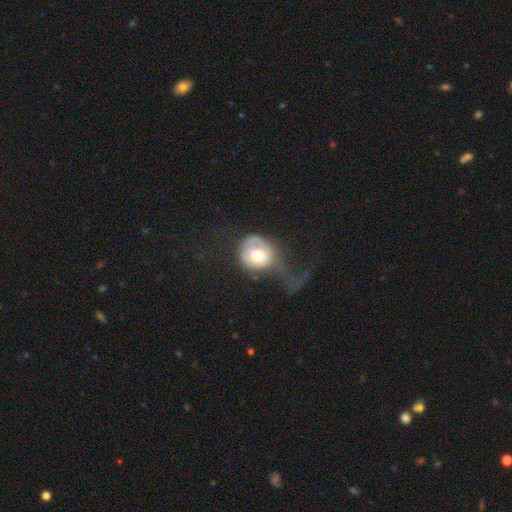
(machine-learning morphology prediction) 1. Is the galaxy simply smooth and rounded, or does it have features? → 57% smooth, 36% featured or disk, 7% star or artifact.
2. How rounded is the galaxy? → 70% round, 29% in between, 1% cigar-shaped.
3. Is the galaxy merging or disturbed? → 60% major disturbance, 19% minor disturbance, 16% none, 4% merger.